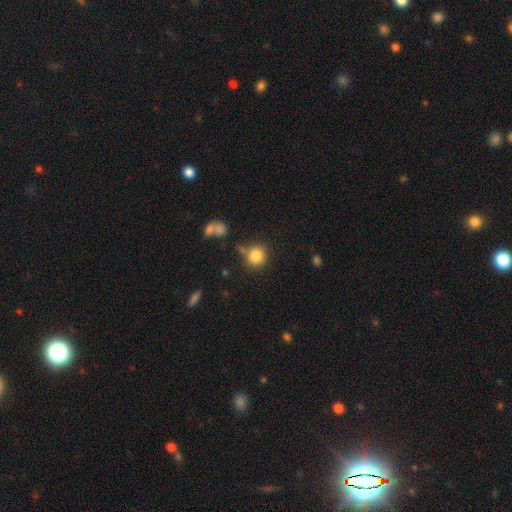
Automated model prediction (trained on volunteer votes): The model was most divided on "merging": none: 72%, minor disturbance: 13%, merger: 10%, major disturbance: 5%. More confident: how rounded — round (89%); smooth or featured — smooth (83%).